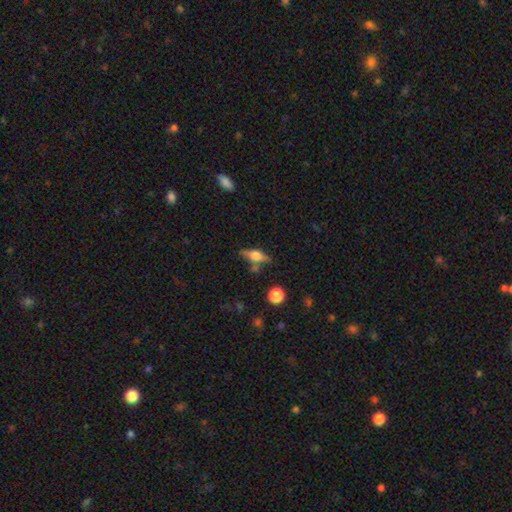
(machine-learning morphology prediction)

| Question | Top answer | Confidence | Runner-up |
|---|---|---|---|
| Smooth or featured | featured or disk | 54% | smooth (38%) |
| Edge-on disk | yes | 93% | no (7%) |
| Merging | none | 73% | minor disturbance (15%) |